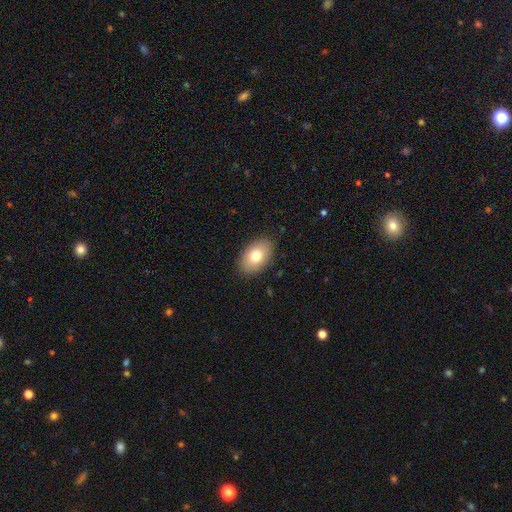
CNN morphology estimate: Smooth or featured: smooth — 76% (featured or disk — 16%)
How rounded: in between — 88% (round — 11%)
Merging: none — 87% (minor disturbance — 10%)